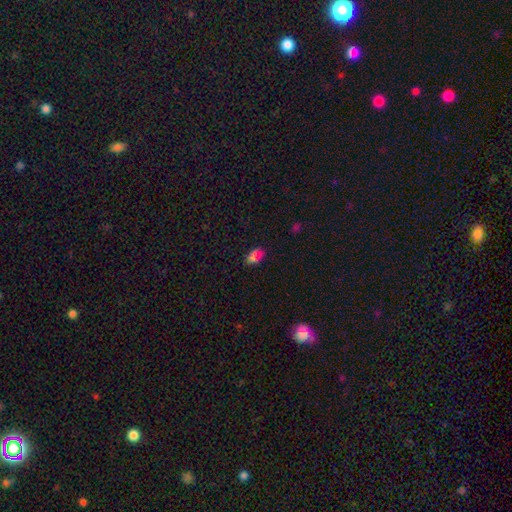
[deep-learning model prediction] A smooth galaxy with no disk features (75%) that is in between round and cigar-shaped (88%). Merging: none (77%).